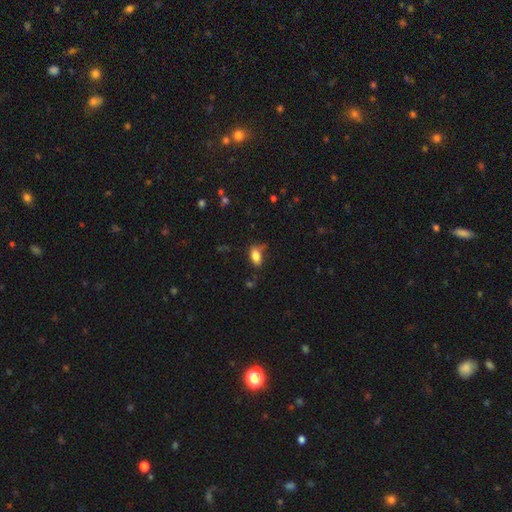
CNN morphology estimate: Smooth or featured? Predicted: smooth (p=0.82). How rounded? Predicted: in between (p=0.89). Merging? Predicted: none (p=0.65).